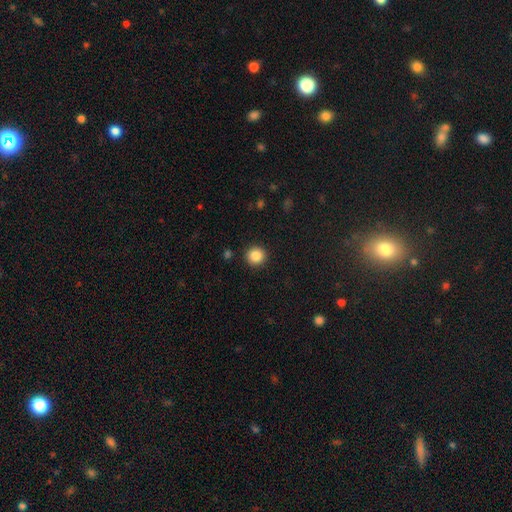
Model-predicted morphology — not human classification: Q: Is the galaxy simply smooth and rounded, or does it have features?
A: smooth — 87%.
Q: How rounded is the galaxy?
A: round — 93%.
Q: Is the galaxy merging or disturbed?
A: none — 92%.